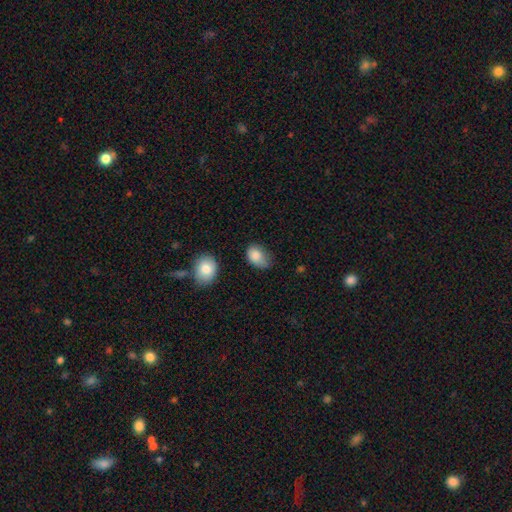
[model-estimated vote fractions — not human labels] Smooth or featured?
  - smooth: 85% *
  - star or artifact: 8%
  - featured or disk: 7%
How rounded?
  - in between: 83% *
  - round: 16%
  - cigar-shaped: 1%
Merging?
  - none: 46% *
  - minor disturbance: 39%
  - major disturbance: 11%
  - merger: 3%